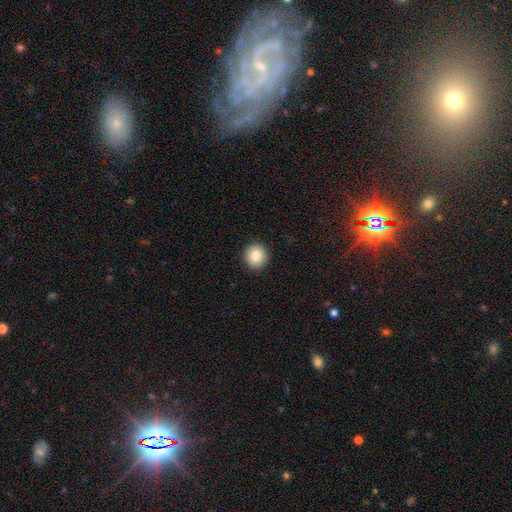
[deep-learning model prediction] The model was most divided on "smooth or featured": smooth: 84%, star or artifact: 9%, featured or disk: 7%. More confident: how rounded — round (94%); merging — none (92%).